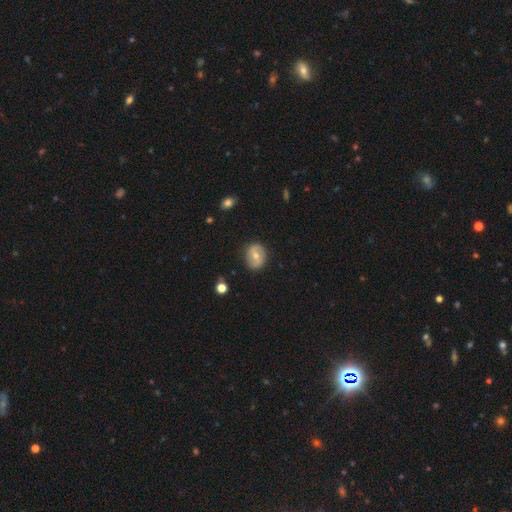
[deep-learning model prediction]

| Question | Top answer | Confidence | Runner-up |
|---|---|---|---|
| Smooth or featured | featured or disk | 50% | smooth (42%) |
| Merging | none | 83% | minor disturbance (12%) |